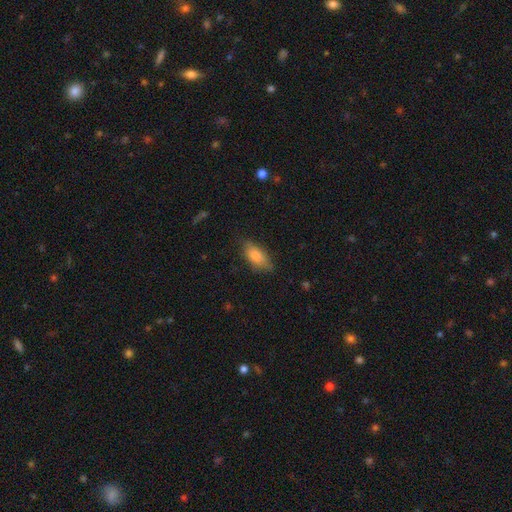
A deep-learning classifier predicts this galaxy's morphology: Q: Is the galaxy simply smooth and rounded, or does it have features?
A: smooth — 83%.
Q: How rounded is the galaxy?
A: in between — 86%.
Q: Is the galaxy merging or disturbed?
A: none — 71%.